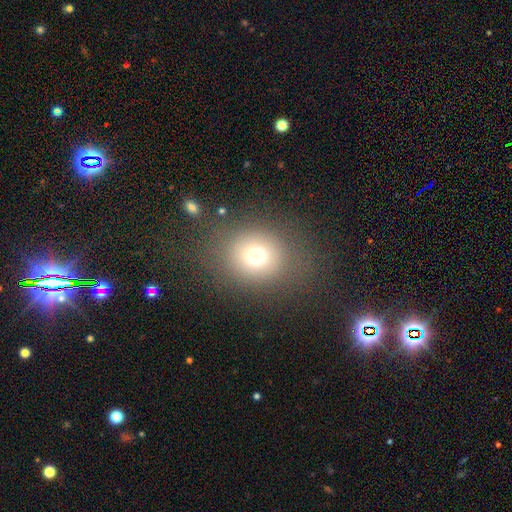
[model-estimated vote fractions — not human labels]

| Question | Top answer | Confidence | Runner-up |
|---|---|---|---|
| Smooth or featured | smooth | 71% | star or artifact (18%) |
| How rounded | round | 79% | in between (20%) |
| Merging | none | 78% | minor disturbance (11%) |